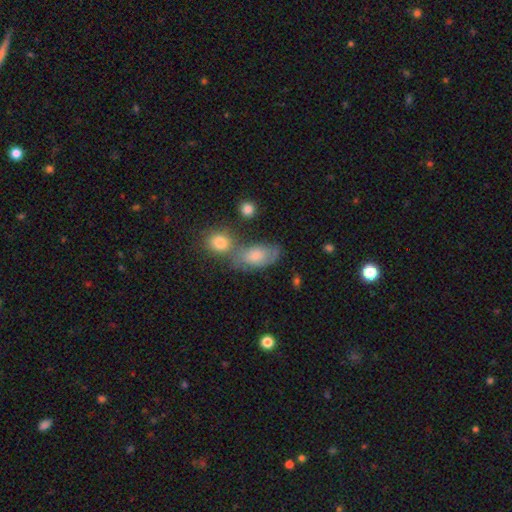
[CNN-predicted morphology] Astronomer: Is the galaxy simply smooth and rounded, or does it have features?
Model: smooth — 68%.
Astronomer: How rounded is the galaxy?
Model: in between — 86%.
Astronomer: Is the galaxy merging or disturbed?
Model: none — 39% (runner-up: merger, 32%).